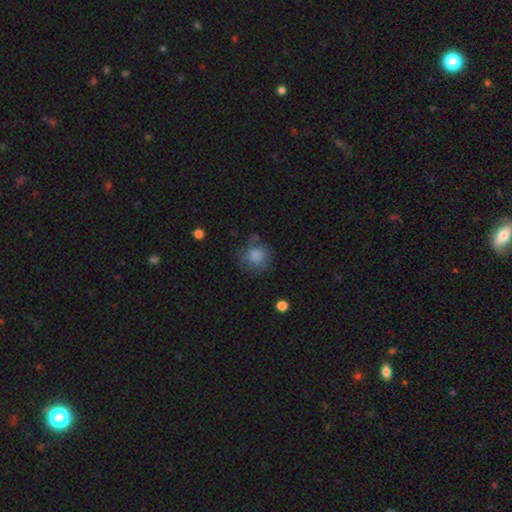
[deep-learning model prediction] smooth-or-featured: smooth: 80% | featured or disk: 11% | star or artifact: 9%
  how-rounded: round: 88% | in between: 11% | cigar-shaped: 1%
  merging: none: 66% | minor disturbance: 21% | major disturbance: 10% | merger: 3%